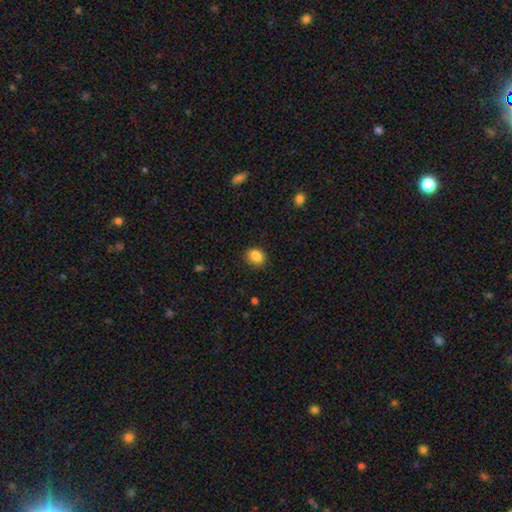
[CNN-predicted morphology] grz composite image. It shows a smooth galaxy with no disk features (86%) that is in between round and cigar-shaped (59%). Merging: none (78%).